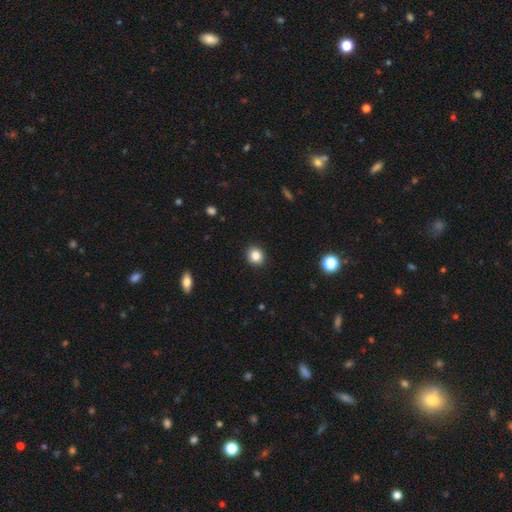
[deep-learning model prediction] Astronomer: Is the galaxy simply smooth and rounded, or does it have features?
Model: smooth — 85%.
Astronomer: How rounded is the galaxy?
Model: round — 78%.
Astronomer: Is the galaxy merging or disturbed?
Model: none — 92%.